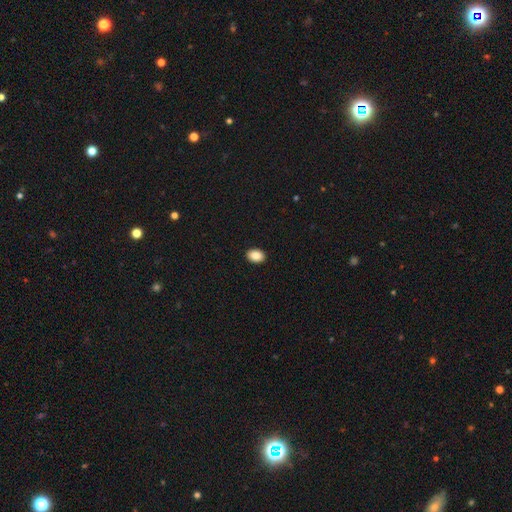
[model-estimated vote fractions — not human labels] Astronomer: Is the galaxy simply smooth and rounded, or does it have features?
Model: smooth — 87%.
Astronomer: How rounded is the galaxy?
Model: in between — 77%.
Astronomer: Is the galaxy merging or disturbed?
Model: none — 92%.